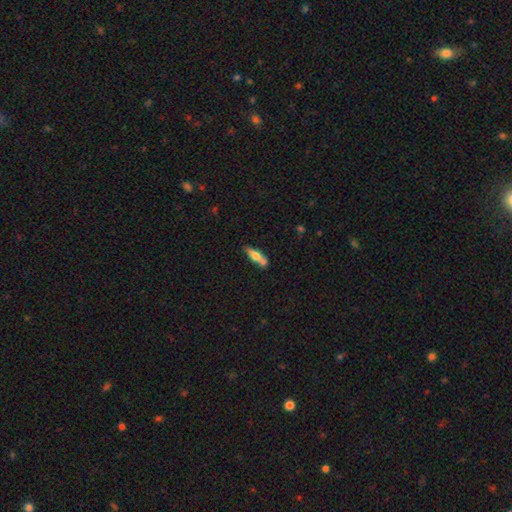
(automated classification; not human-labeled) Overall: smooth (51%; featured or disk 42%). How rounded: cigar-shaped (55%; in between 42%). Merging: none (51%; merger 26%).